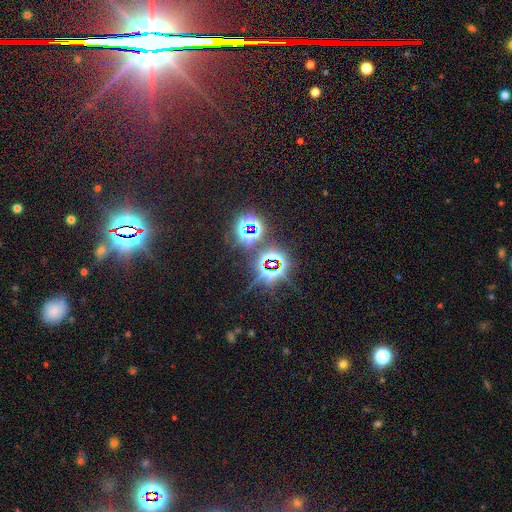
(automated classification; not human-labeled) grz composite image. It shows a star or artifact, not a galaxy (79%).